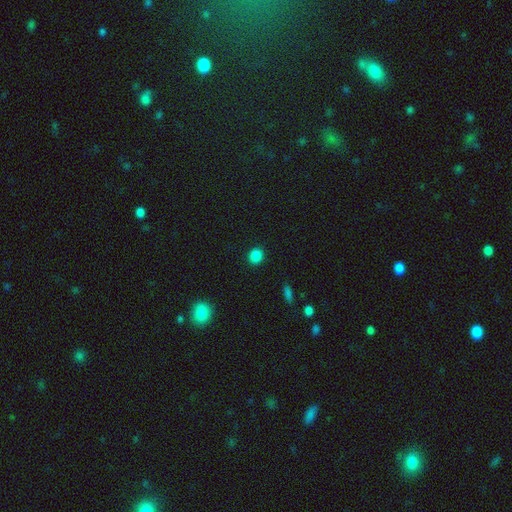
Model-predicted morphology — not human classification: smooth-or-featured: smooth: 85% | star or artifact: 11% | featured or disk: 3%
  how-rounded: round: 77% | in between: 21% | cigar-shaped: 1%
  merging: none: 90% | minor disturbance: 6% | major disturbance: 2% | merger: 1%